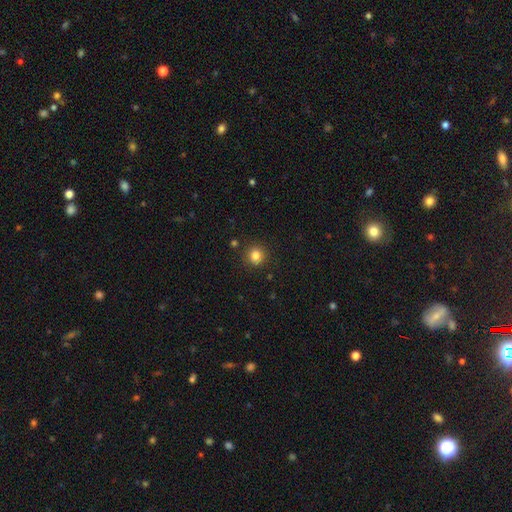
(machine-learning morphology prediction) smooth-or-featured: smooth: 82% | star or artifact: 12% | featured or disk: 5%
  how-rounded: round: 91% | in between: 8% | cigar-shaped: 1%
  merging: none: 90% | minor disturbance: 6% | major disturbance: 2% | merger: 2%